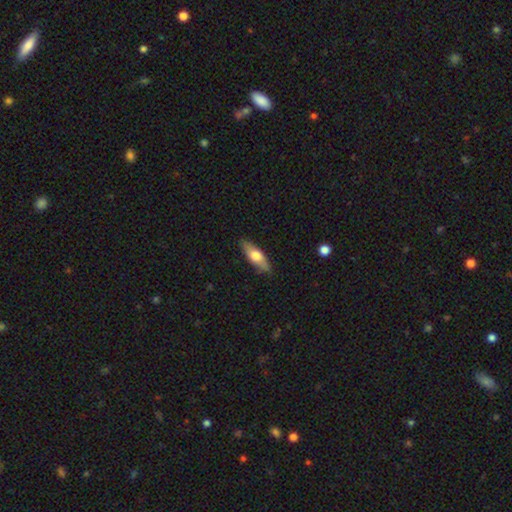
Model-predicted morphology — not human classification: type=smooth (58%); roundness=in between (57%); merging=none (84%).